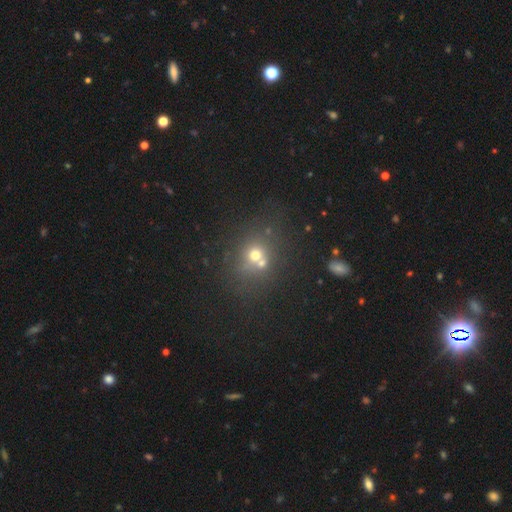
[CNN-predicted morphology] Overall: smooth (61%; star or artifact 22%). How rounded: round (77%). Merging: none (52%; merger 33%).